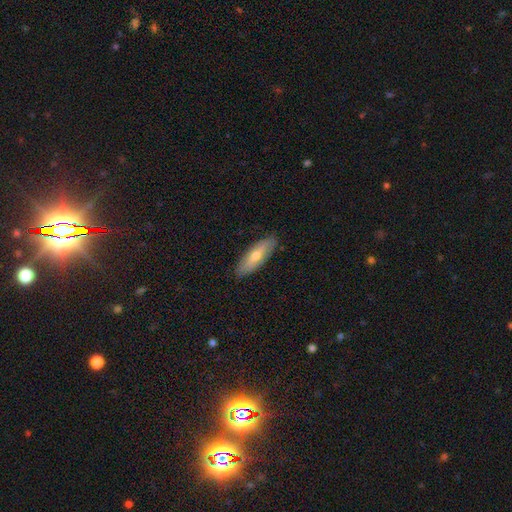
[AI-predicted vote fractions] This is possibly a smooth galaxy (56%). How rounded: possibly in between (57%). Merging: clearly none (87%).